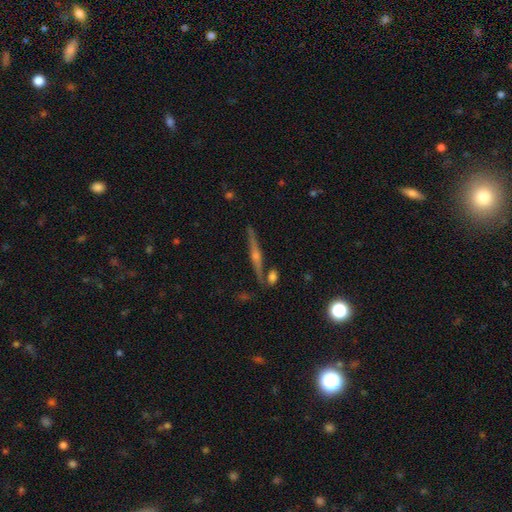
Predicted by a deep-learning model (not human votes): Smooth or featured? Predicted: featured or disk (p=0.80). Edge-on disk? Predicted: yes (p=0.98). Edge-on bulge? Predicted: rounded (p=0.87). Merging? Predicted: none (p=0.85).